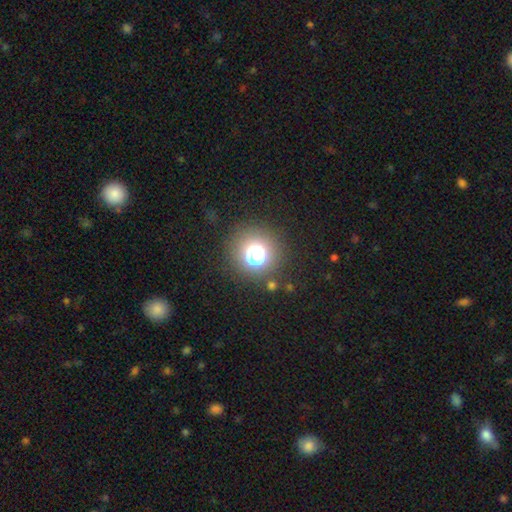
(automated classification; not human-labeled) smooth-or-featured: smooth: 59% | star or artifact: 29% | featured or disk: 12%
  how-rounded: round: 91% | in between: 8% | cigar-shaped: 1%
  merging: none: 77% | minor disturbance: 10% | major disturbance: 7% | merger: 5%